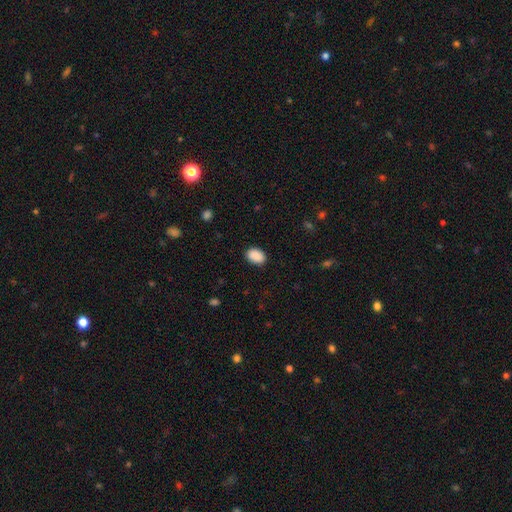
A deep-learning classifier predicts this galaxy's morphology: Smooth or featured? Predicted: smooth (p=0.90). How rounded? Predicted: in between (p=0.84). Merging? Predicted: none (p=0.88).